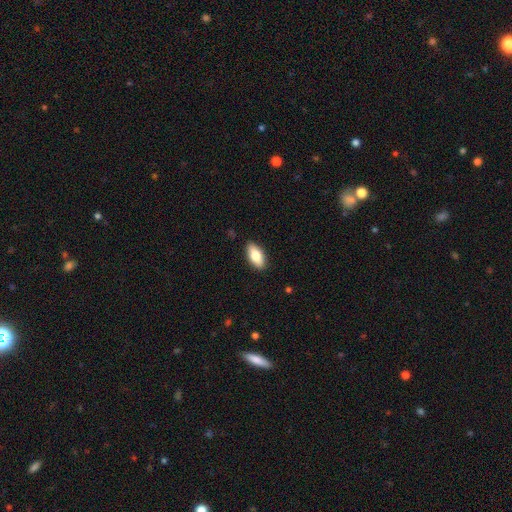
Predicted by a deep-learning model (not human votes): smooth 79%, featured or disk 15%, star or artifact 6%. Down the decision tree: how rounded — in between (88%); merging — none (89%).